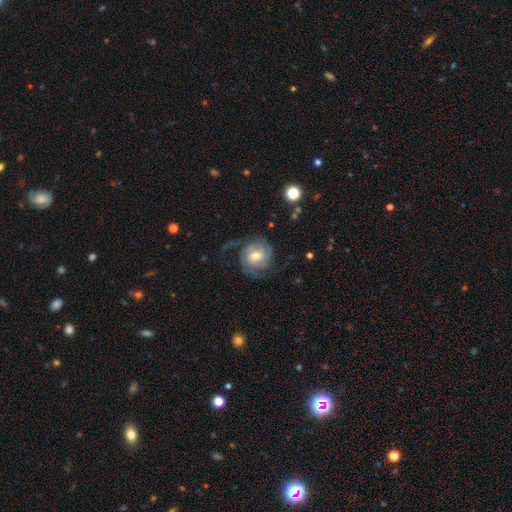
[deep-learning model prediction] Q: Smooth or featured?
A: featured or disk (79%); runner-up: smooth (15%)
Q: Edge-on disk?
A: no (98%); runner-up: yes (2%)
Q: Bar?
A: no (57%); runner-up: weak (36%)
Q: Spiral arms?
A: yes (94%); runner-up: no (6%)
Q: Spiral winding?
A: tight (47%); runner-up: medium (35%)
Q: Spiral arm count?
A: 2 (44%); runner-up: can't tell (20%)
Q: Bulge size?
A: moderate (68%); runner-up: small (24%)
Q: Merging?
A: none (62%); runner-up: major disturbance (19%)